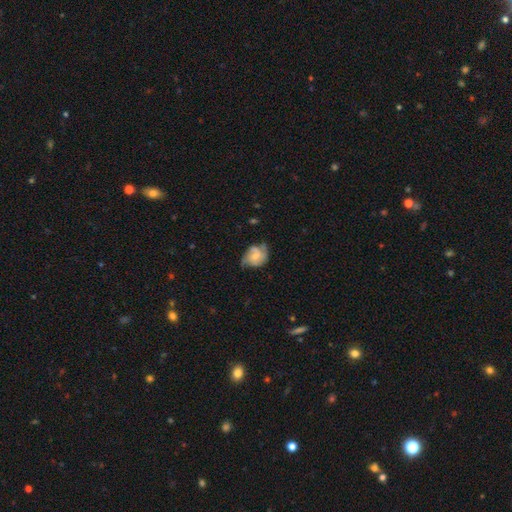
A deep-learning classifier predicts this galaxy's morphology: smooth_or_featured: featured or disk (p=0.62) [alt: smooth p=0.31]
disk_edge_on: no (p=0.97) [alt: yes p=0.03]
bar: no (p=0.67) [alt: weak p=0.28]
has_spiral_arms: yes (p=0.88) [alt: no p=0.12]
spiral_winding: medium (p=0.43) [alt: tight p=0.36]
spiral_arm_count: 2 (p=0.55) [alt: 3 p=0.18]
bulge_size: small (p=0.48) [alt: moderate p=0.42]
merging: none (p=0.54) [alt: minor disturbance p=0.32]